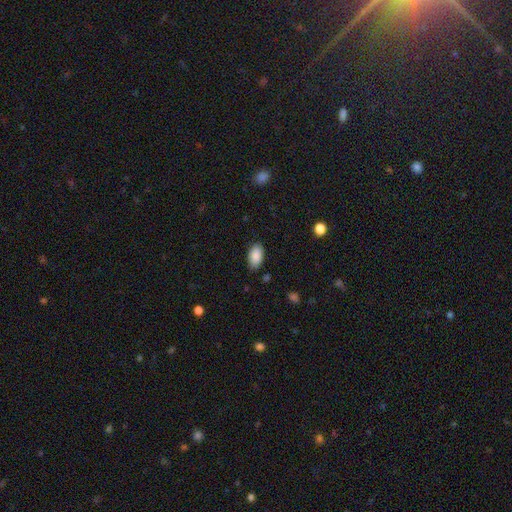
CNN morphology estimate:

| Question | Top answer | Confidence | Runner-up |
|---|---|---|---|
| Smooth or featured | smooth | 89% | star or artifact (7%) |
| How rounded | in between | 94% | round (4%) |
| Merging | none | 84% | minor disturbance (12%) |